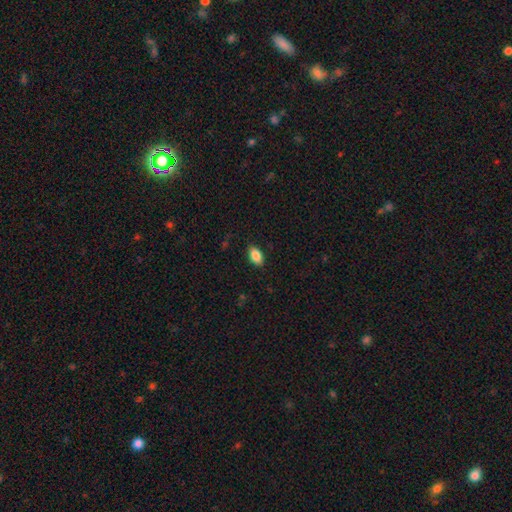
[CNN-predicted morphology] Q: Smooth or featured?
A: smooth (87%); runner-up: star or artifact (8%)
Q: How rounded?
A: in between (91%); runner-up: round (7%)
Q: Merging?
A: none (88%); runner-up: minor disturbance (9%)